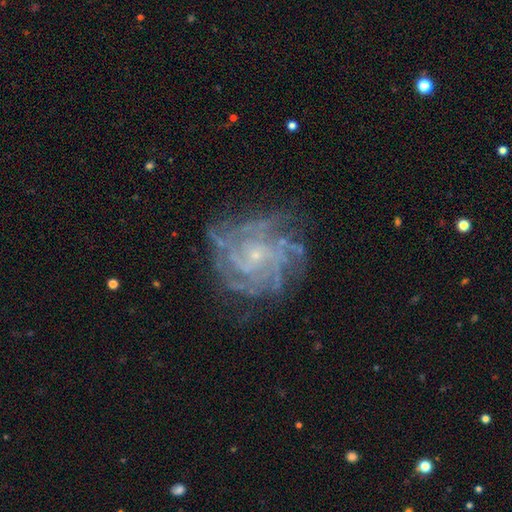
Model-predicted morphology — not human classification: type=featured or disk (86%); edge-on=no (98%); bar=no (72%); spiral arms=yes (95%); winding=tight (67%); arm count=can't tell (27%); bulge=small (83%); merging=none (71%).